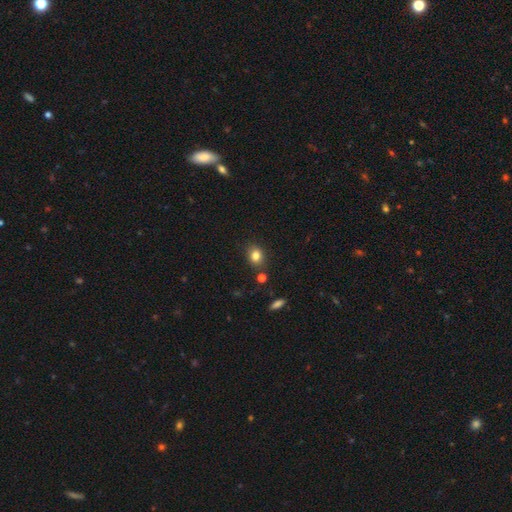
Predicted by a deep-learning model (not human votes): smooth-or-featured: smooth: 81% | star or artifact: 12% | featured or disk: 7%
  how-rounded: round: 53% | in between: 45% | cigar-shaped: 1%
  merging: none: 82% | minor disturbance: 10% | merger: 5% | major disturbance: 3%